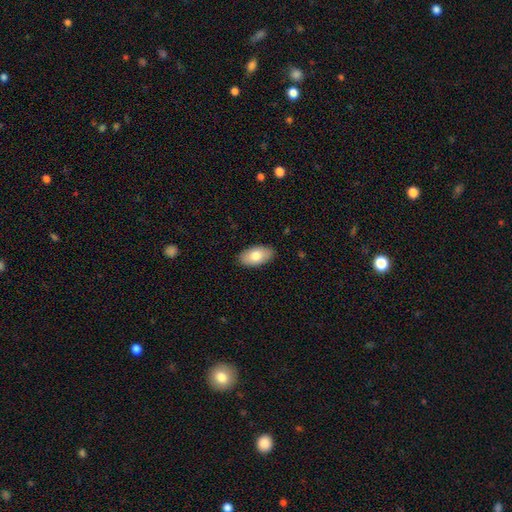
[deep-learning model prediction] Smooth or featured?
  - smooth: 77% *
  - featured or disk: 17%
  - star or artifact: 6%
How rounded?
  - in between: 95% *
  - round: 3%
  - cigar-shaped: 2%
Merging?
  - none: 88% *
  - minor disturbance: 9%
  - major disturbance: 2%
  - merger: 1%